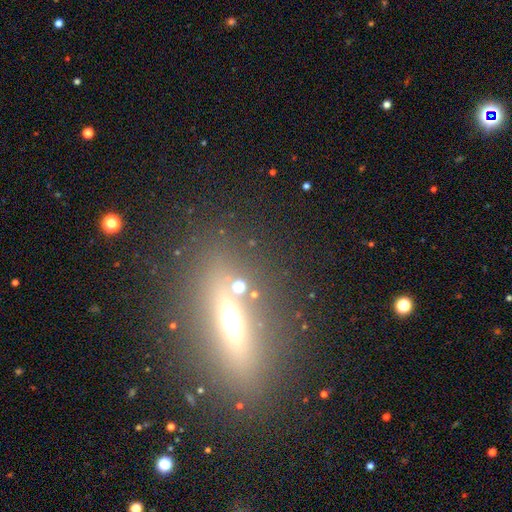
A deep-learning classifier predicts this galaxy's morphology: A featured or disk galaxy (47%).

Vote fractions:
- Smooth or featured? featured or disk: 47% / smooth: 31% / star or artifact: 22%
- Merging? none: 81% / minor disturbance: 9% / major disturbance: 5% / merger: 5%